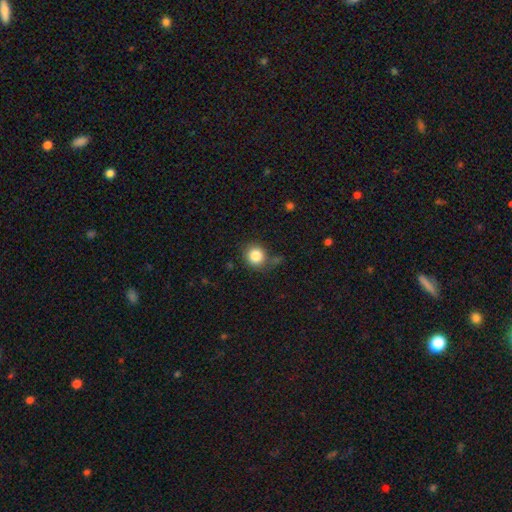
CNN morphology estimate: type=smooth (84%); roundness=round (89%); merging=none (75%).